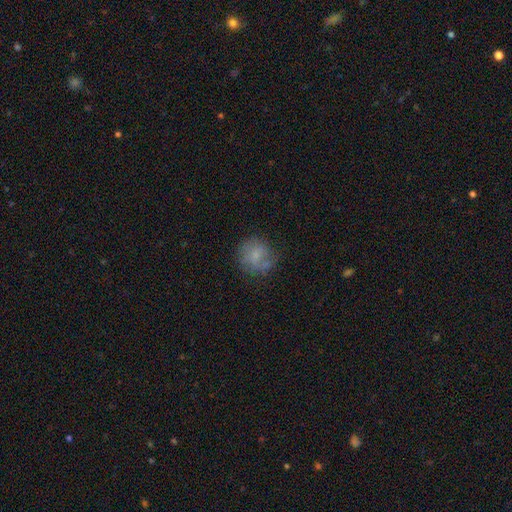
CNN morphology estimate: Smooth or featured: smooth — 64% (featured or disk — 26%)
How rounded: round — 85% (in between — 14%)
Merging: none — 62% (minor disturbance — 23%)